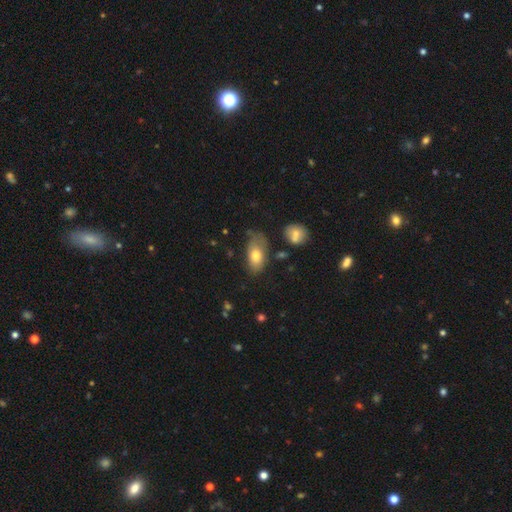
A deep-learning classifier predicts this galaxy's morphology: Overall: smooth (74%). How rounded: in between (91%). Merging: none (56%; minor disturbance 29%).